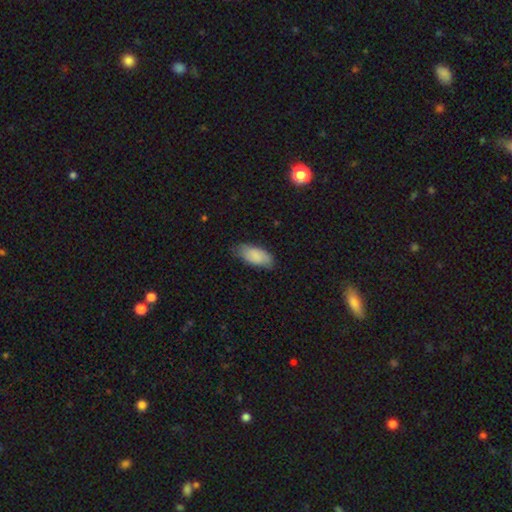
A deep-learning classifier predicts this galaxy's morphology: A smooth galaxy with no disk features (83%) that is in between round and cigar-shaped (90%). Merging: none (71%).